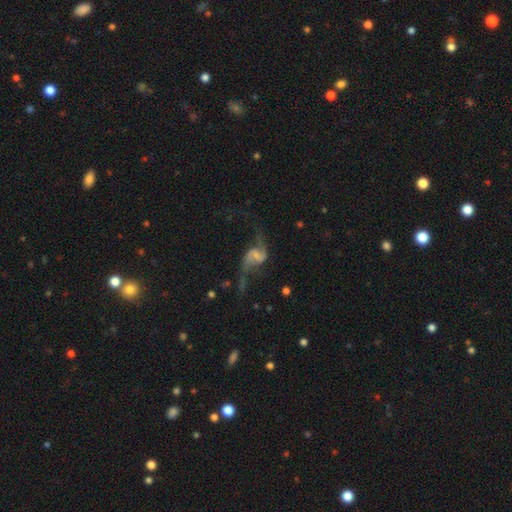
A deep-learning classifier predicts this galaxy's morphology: Overall: featured or disk (83%). Edge-on disk: no (98%). Bar: weak (48%; no 32%). Spiral arms: yes (93%). Spiral arm count: 2 (92%). Spiral winding: loose (84%). Bulge size: small (40%; none 37%). Merging: none (48%; major disturbance 29%).